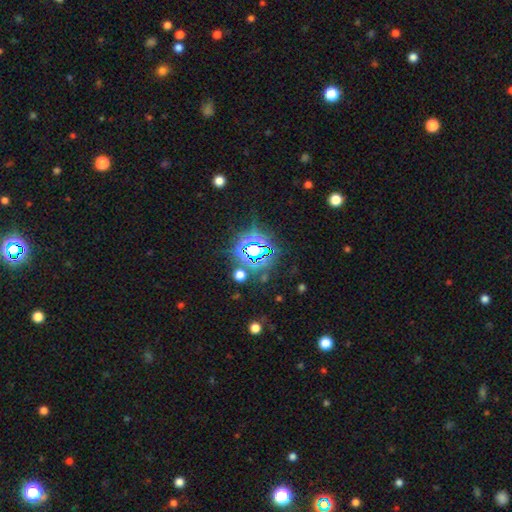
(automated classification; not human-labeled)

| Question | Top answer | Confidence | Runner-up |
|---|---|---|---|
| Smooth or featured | star or artifact | 77% | smooth (16%) |